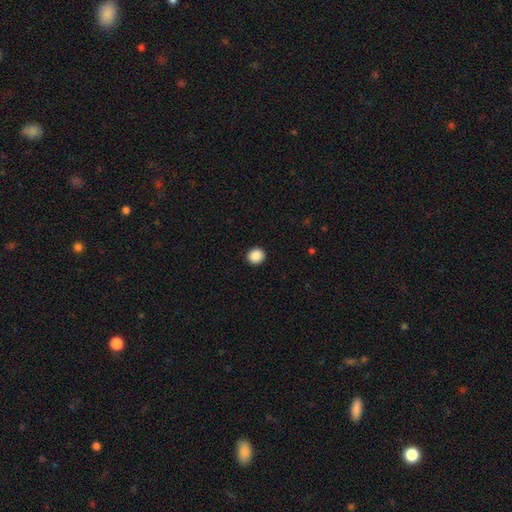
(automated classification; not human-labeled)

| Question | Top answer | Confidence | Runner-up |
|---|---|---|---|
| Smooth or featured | smooth | 89% | star or artifact (9%) |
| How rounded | round | 87% | in between (12%) |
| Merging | none | 93% | minor disturbance (5%) |